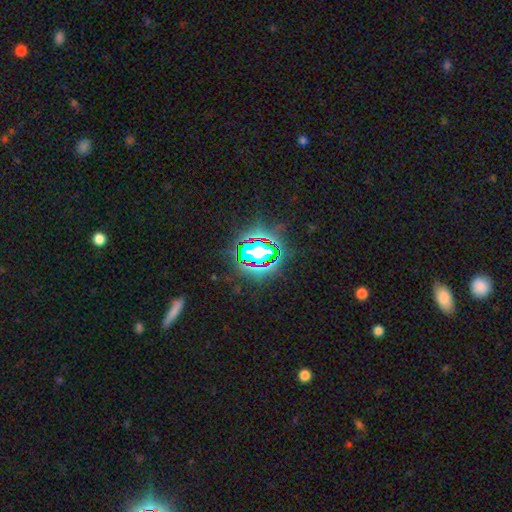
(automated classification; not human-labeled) Smooth or featured: star or artifact — 70% (smooth — 18%)